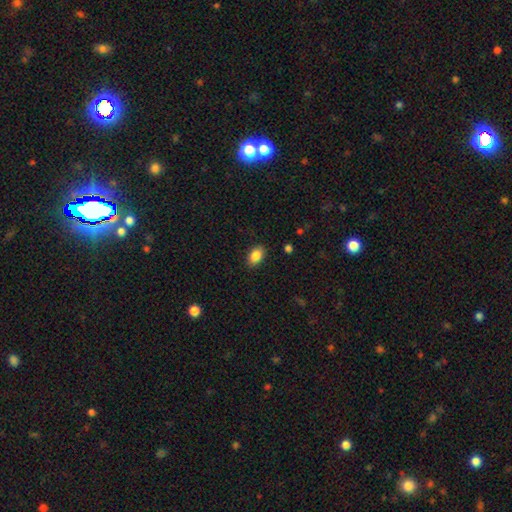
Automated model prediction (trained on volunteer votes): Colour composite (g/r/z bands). It shows a smooth galaxy with no disk features (86%) that is in between round and cigar-shaped (88%). Merging: none (87%).